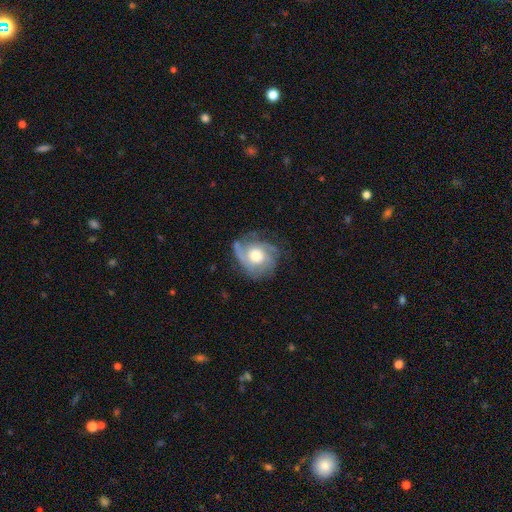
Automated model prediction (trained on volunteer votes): The model was most divided on "spiral arm count": 3: 30%, can't tell: 27%, 2: 21%, 4: 9%, 1: 8%, more than 4: 5%. Remaining: edge-on disk — no (97%); spiral arms — yes (91%); bar — no (80%); smooth or featured — featured or disk (75%); merging — none (64%); bulge size — moderate (60%); spiral winding — tight (48%).